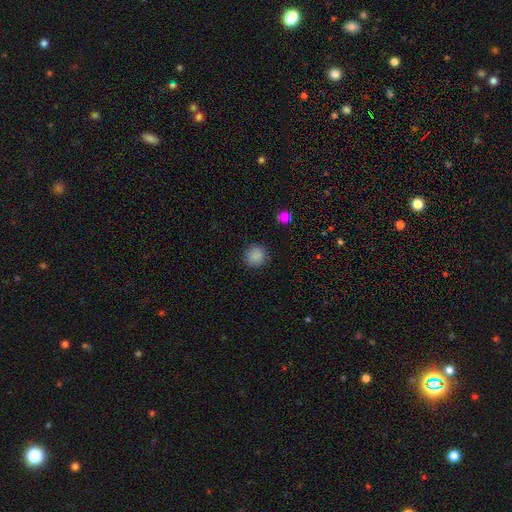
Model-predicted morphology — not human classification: This is clearly a smooth galaxy (87%). How rounded: clearly round (92%). Merging: clearly none (90%).